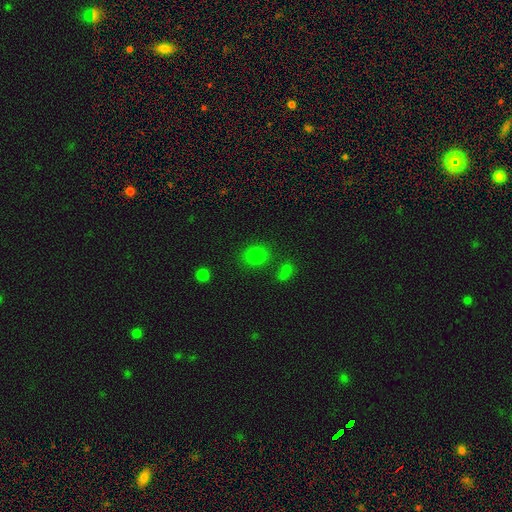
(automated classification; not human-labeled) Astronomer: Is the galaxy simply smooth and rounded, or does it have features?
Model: smooth — 79%.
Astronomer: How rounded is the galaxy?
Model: round — 73%.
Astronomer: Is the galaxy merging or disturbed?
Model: none — 74%.